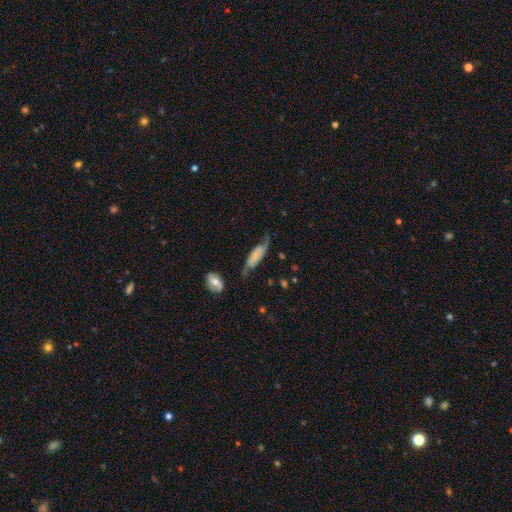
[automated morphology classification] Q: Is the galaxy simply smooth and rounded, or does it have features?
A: smooth — 53%.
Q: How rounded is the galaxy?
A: cigar-shaped — 53%.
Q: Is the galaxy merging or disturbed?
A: none — 52%.